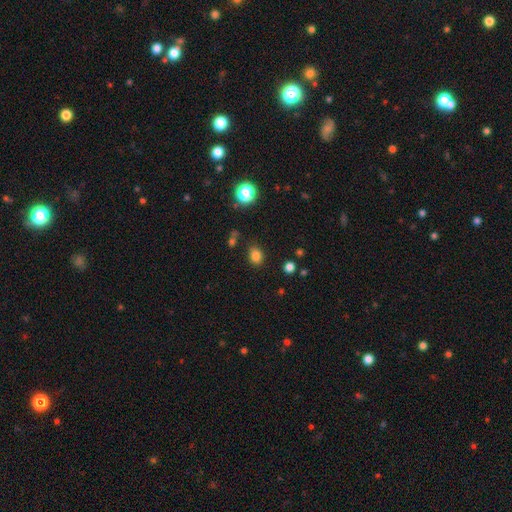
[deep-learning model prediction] A smooth galaxy with no disk features (81%) that is in between round and cigar-shaped (56%).

Vote fractions:
- Smooth or featured? smooth: 81% / star or artifact: 14% / featured or disk: 5%
- How rounded? in between: 56% / round: 43% / cigar-shaped: 1%
- Merging? none: 81% / minor disturbance: 12% / major disturbance: 4% / merger: 3%